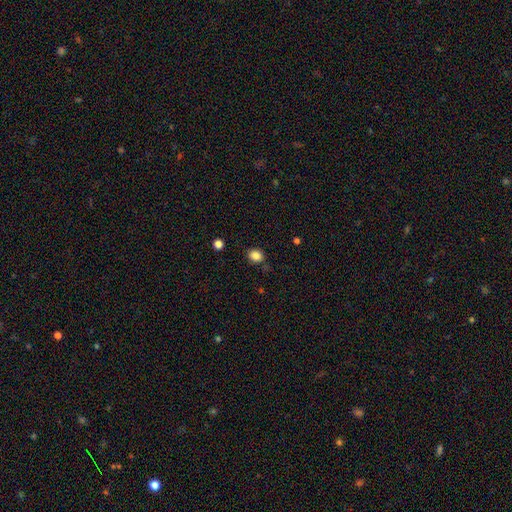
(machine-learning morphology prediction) A smooth galaxy with no disk features (85%) that is round (65%). Merging: none (84%).